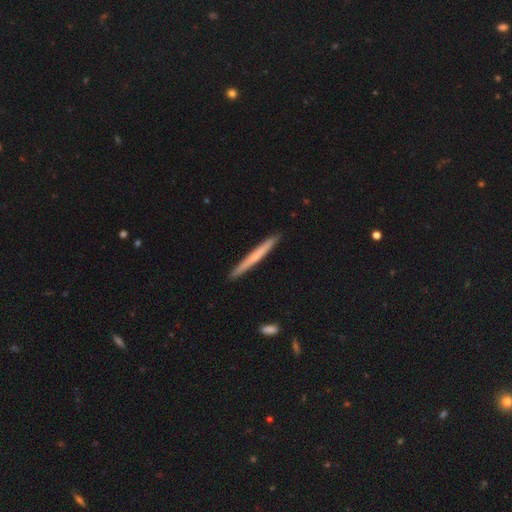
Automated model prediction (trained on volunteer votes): smooth_or_featured: smooth (p=0.55) [alt: featured or disk p=0.40]
how_rounded: cigar-shaped (p=0.97) [alt: in between p=0.02]
merging: none (p=0.92) [alt: minor disturbance p=0.06]